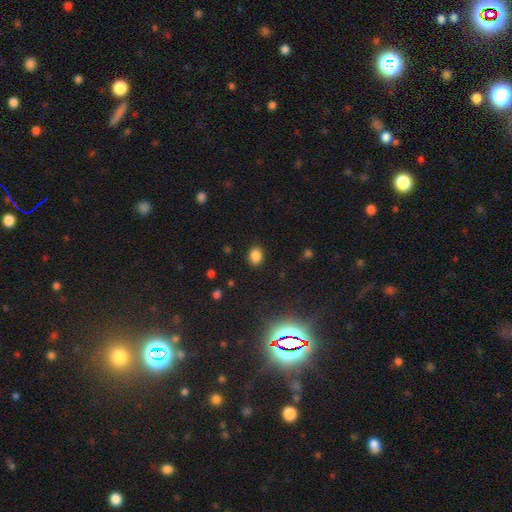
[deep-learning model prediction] Smooth or featured: smooth — 84% (star or artifact — 12%)
How rounded: in between — 57% (round — 42%)
Merging: none — 87% (minor disturbance — 9%)